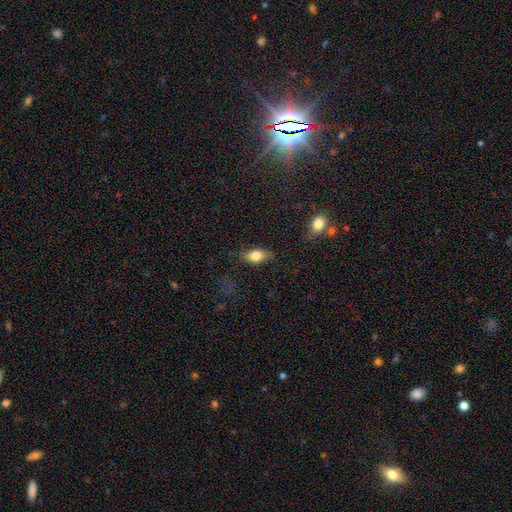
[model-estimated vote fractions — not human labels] A smooth galaxy with no disk features (78%) that is in between round and cigar-shaped (86%).

Vote fractions:
- Smooth or featured? smooth: 78% / featured or disk: 14% / star or artifact: 7%
- How rounded? in between: 86% / round: 7% / cigar-shaped: 7%
- Merging? none: 76% / minor disturbance: 18% / major disturbance: 5% / merger: 1%